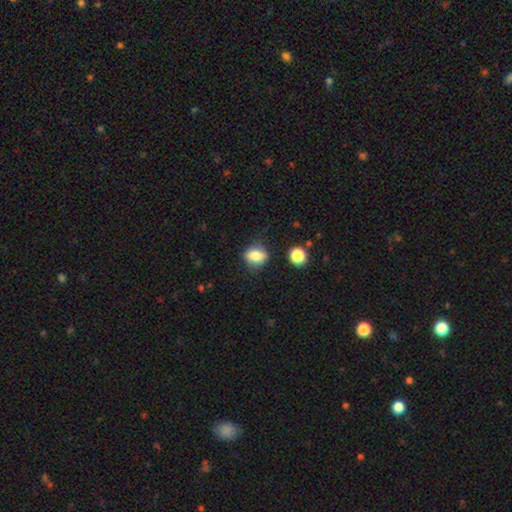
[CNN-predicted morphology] smooth_or_featured: smooth (p=0.78) [alt: featured or disk p=0.12]
how_rounded: round (p=0.50) [alt: in between p=0.48]
merging: none (p=0.80) [alt: minor disturbance p=0.14]